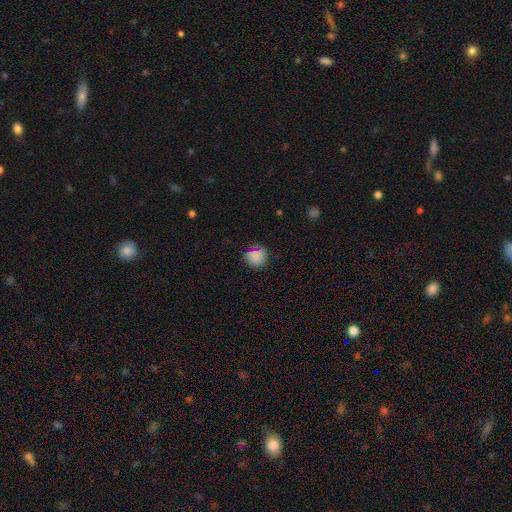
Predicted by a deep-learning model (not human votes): Overall: smooth (80%). How rounded: round (88%). Merging: none (77%).